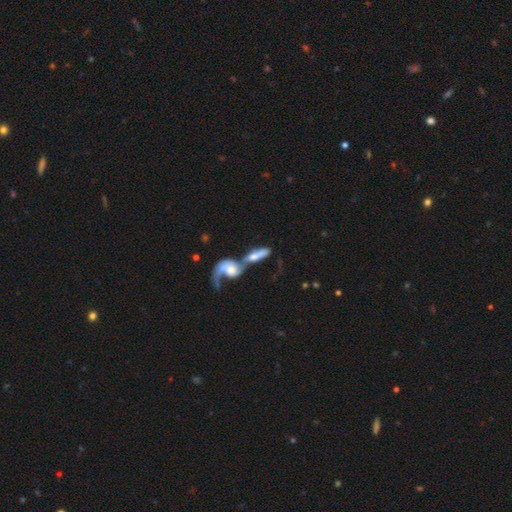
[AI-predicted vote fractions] A featured or disk galaxy (47%).

Vote fractions:
- Smooth or featured? featured or disk: 47% / smooth: 45% / star or artifact: 8%
- Merging? merger: 75% / none: 11% / major disturbance: 9% / minor disturbance: 5%